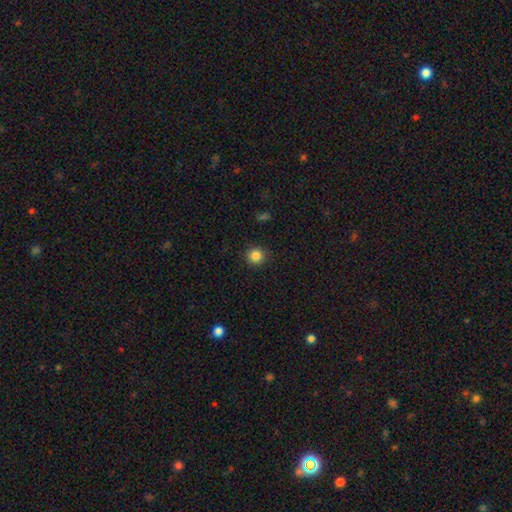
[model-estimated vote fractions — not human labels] Smooth or featured: smooth — 85% (star or artifact — 11%)
How rounded: round — 94% (in between — 5%)
Merging: none — 91% (minor disturbance — 6%)